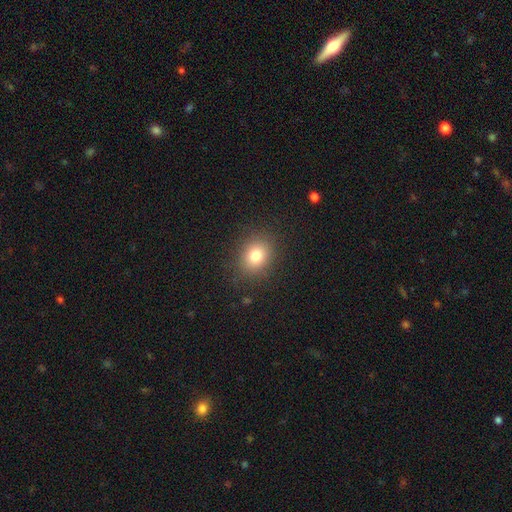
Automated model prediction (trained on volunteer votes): Smooth or featured? smooth (79%)
How rounded? round (61%)
Merging? none (87%)